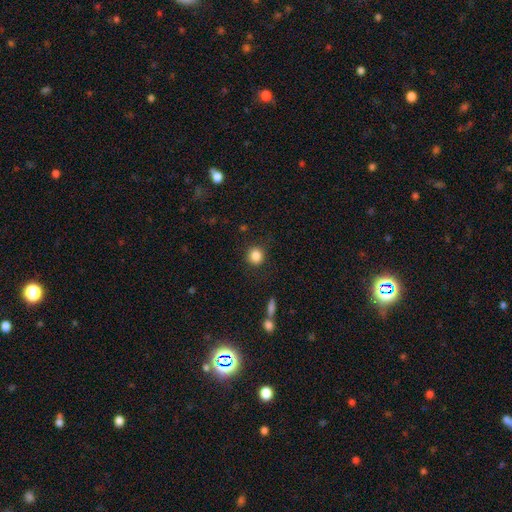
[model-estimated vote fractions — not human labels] This is clearly a smooth galaxy (85%). How rounded: clearly round (89%). Merging: clearly none (87%).